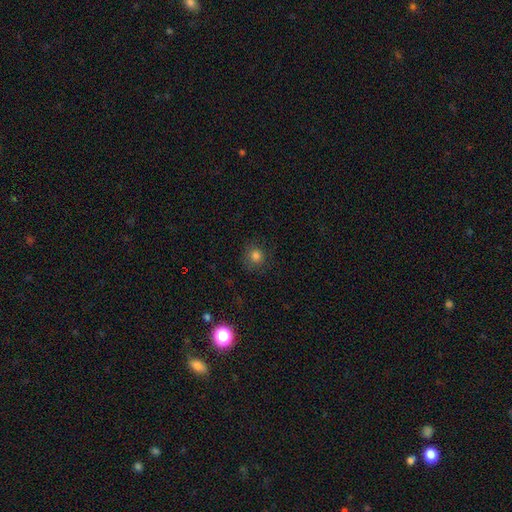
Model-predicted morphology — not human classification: This is likely a smooth galaxy (80%). How rounded: clearly round (90%). Merging: clearly none (84%).